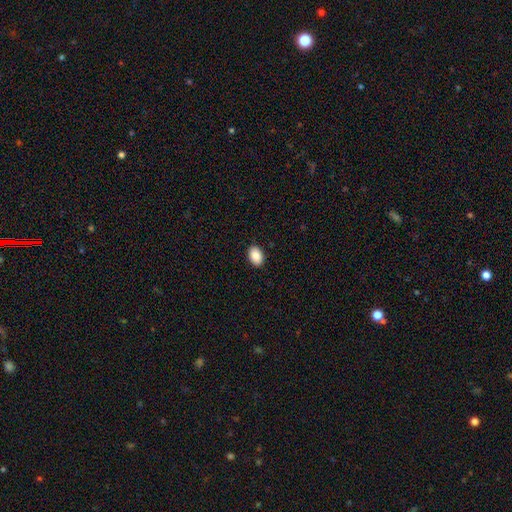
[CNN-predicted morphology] smooth_or_featured: smooth (p=0.88) [alt: star or artifact p=0.07]
how_rounded: in between (p=0.84) [alt: round p=0.15]
merging: none (p=0.90) [alt: minor disturbance p=0.07]